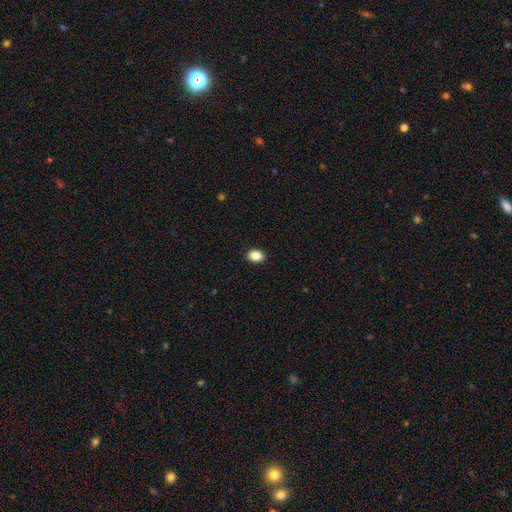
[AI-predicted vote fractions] Overall: smooth (87%). How rounded: in between (70%). Merging: none (92%).